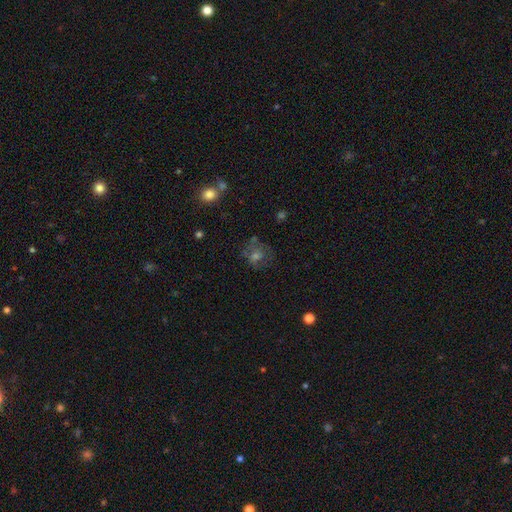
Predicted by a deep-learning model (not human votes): Q: Smooth or featured?
A: smooth (40%); runner-up: featured or disk (37%)
Q: Merging?
A: none (67%); runner-up: minor disturbance (18%)